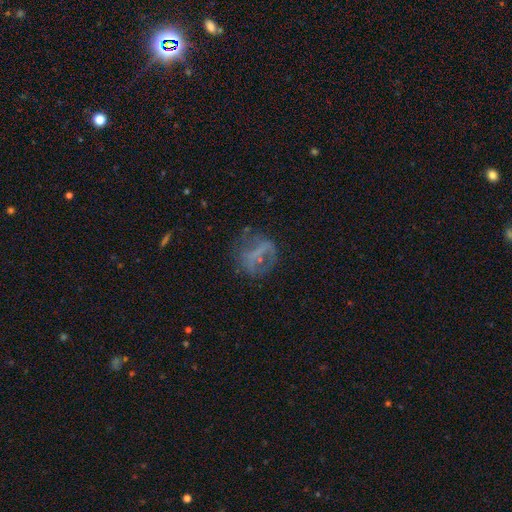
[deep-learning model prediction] smooth_or_featured: featured or disk (p=0.45) [alt: smooth p=0.35]
merging: none (p=0.61) [alt: major disturbance p=0.19]